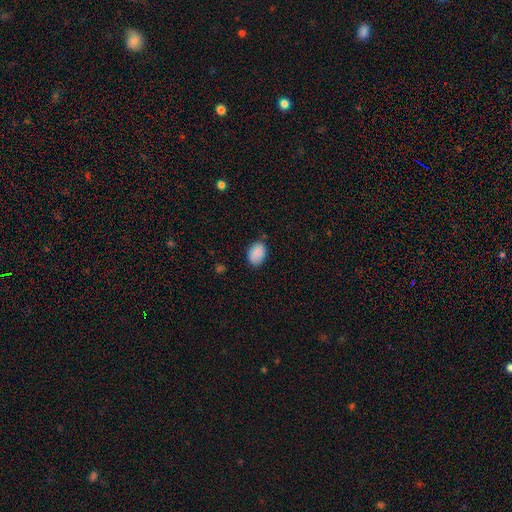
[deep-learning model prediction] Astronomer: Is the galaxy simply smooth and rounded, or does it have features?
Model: smooth — 89%.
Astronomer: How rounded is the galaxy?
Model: in between — 81%.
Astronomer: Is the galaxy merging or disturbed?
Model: none — 80%.